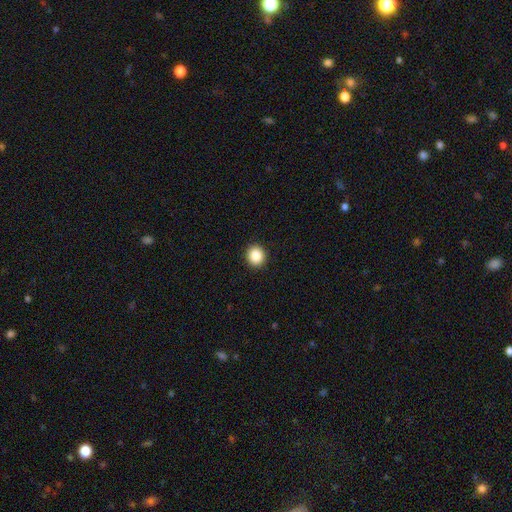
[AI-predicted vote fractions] Overall: smooth (86%). How rounded: round (86%). Merging: none (93%).